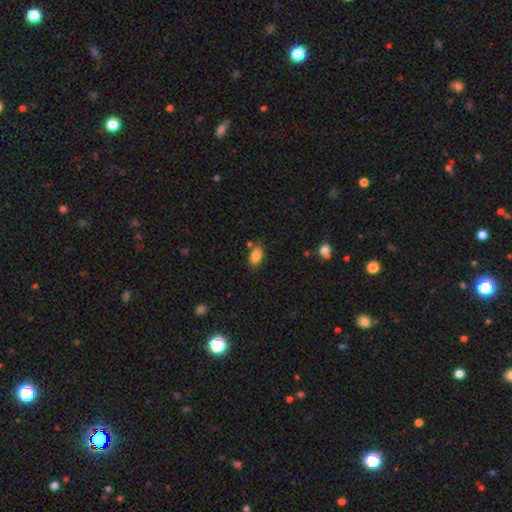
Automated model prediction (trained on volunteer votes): Smooth or featured: smooth — 86% (star or artifact — 8%)
How rounded: in between — 92% (round — 5%)
Merging: none — 75% (minor disturbance — 16%)